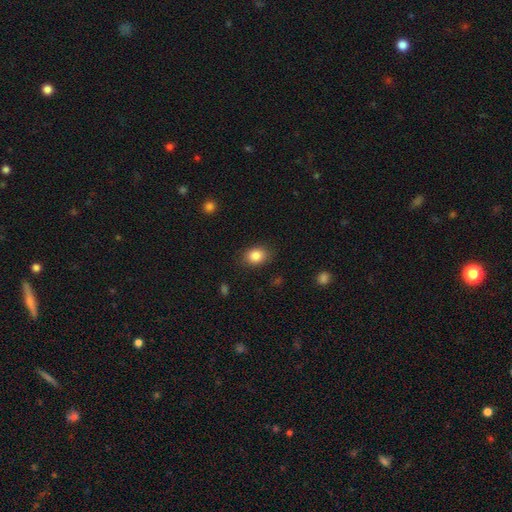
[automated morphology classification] The model was most divided on "how rounded": in between: 64%, round: 35%, cigar-shaped: 1%. More confident: smooth or featured — smooth (85%); merging — none (84%).